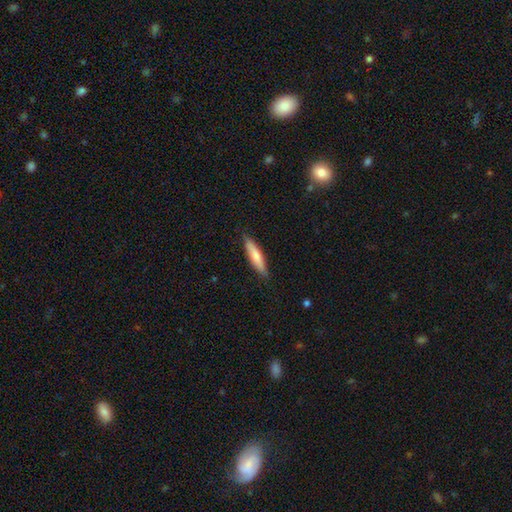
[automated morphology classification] type=smooth (69%); roundness=cigar-shaped (82%); merging=none (86%).